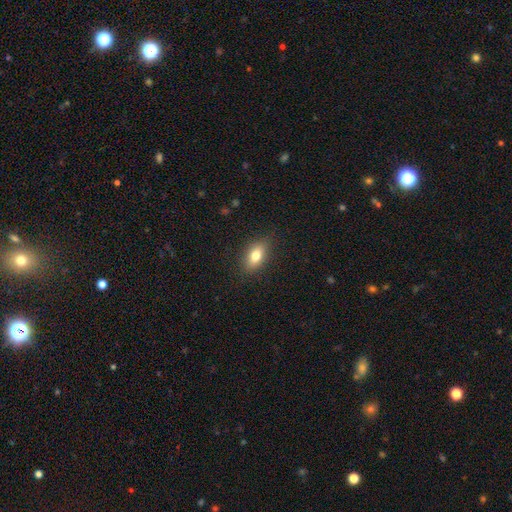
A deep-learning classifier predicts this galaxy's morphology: Q: Smooth or featured?
A: smooth (78%); runner-up: featured or disk (13%)
Q: How rounded?
A: in between (84%); runner-up: round (9%)
Q: Merging?
A: none (85%); runner-up: minor disturbance (11%)